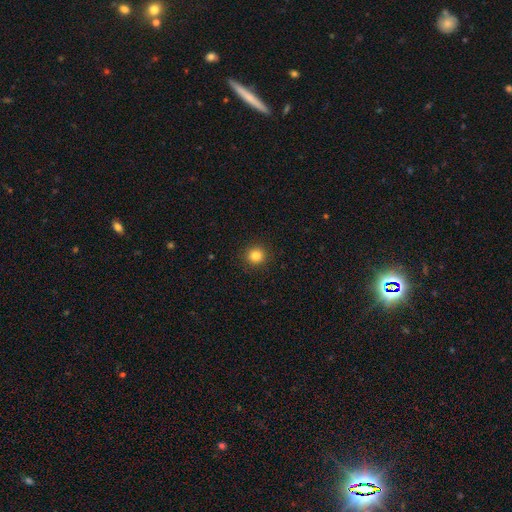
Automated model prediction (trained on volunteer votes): A smooth galaxy with no disk features (84%) that is round (91%). Merging: none (92%).